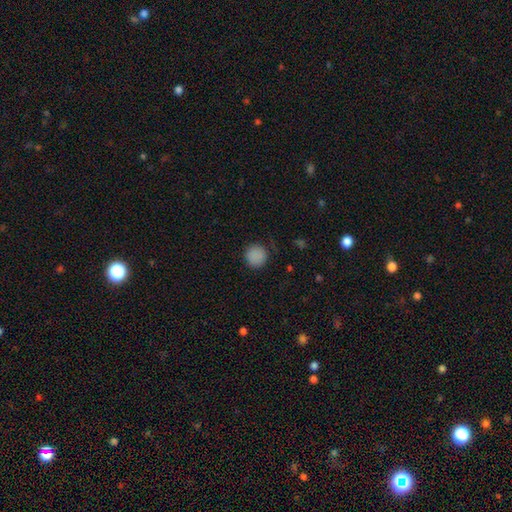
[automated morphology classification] smooth 87%, star or artifact 10%, featured or disk 3%. Down the decision tree: how rounded — round (93%); merging — none (84%).